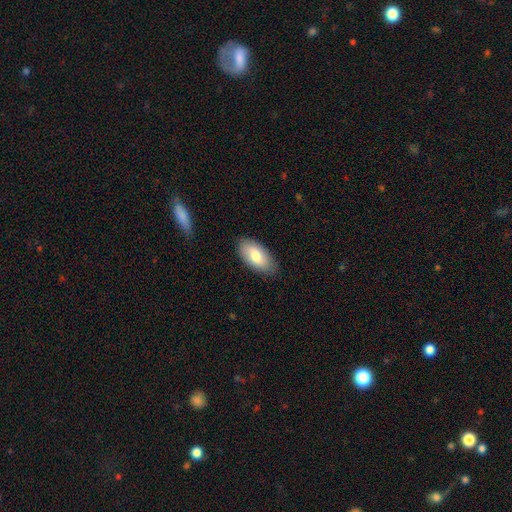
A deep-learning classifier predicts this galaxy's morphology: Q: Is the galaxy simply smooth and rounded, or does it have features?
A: smooth — 76%.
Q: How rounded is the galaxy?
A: in between — 93%.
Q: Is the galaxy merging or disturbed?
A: none — 85%.